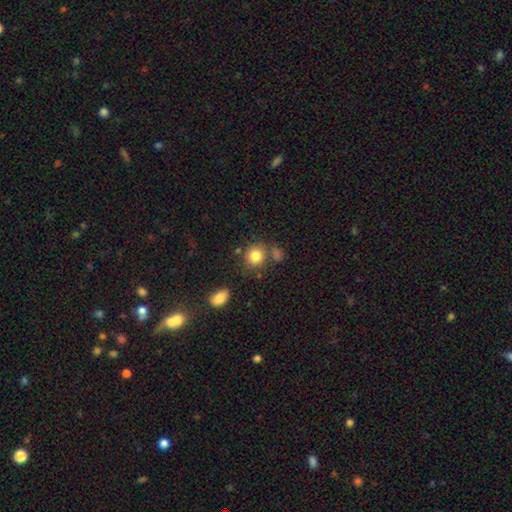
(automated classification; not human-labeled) This is clearly a smooth galaxy (82%). How rounded: clearly round (80%). Merging: likely none (68%).